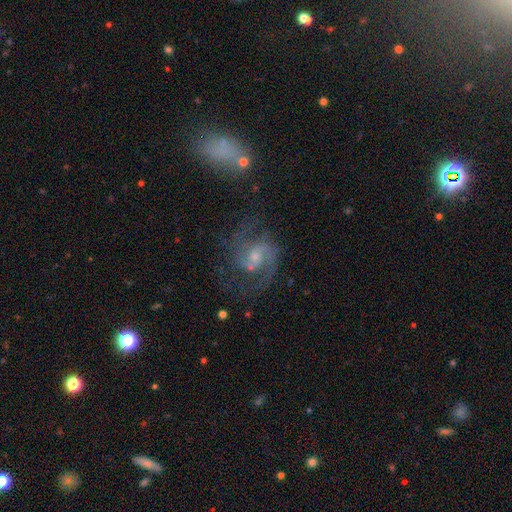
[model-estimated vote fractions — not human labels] Smooth or featured: featured or disk — 86% (star or artifact — 7%)
Edge-on disk: no — 98% (yes — 2%)
Bar: no — 53% (weak — 41%)
Spiral arms: yes — 96% (no — 4%)
Spiral winding: medium — 56% (loose — 24%)
Spiral arm count: 2 — 75% (can't tell — 8%)
Bulge size: small — 51% (moderate — 38%)
Merging: none — 62% (minor disturbance — 17%)